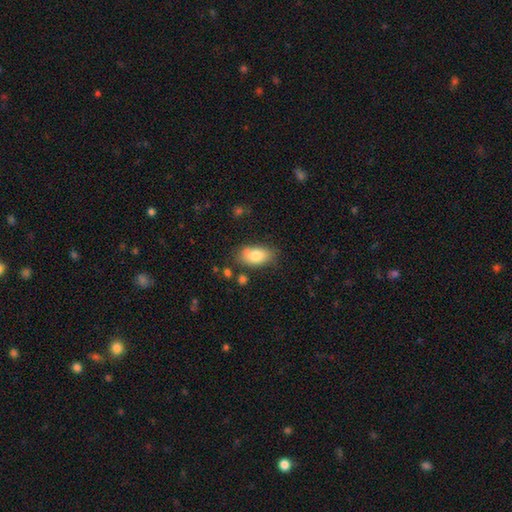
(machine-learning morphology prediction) The model was most divided on "merging": none: 69%, minor disturbance: 21%, merger: 5%, major disturbance: 5%. More confident: how rounded — in between (91%); smooth or featured — smooth (79%).